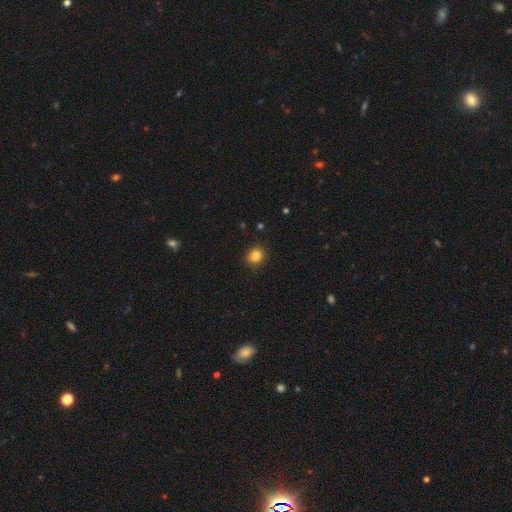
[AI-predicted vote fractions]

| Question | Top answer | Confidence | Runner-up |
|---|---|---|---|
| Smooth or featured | smooth | 84% | star or artifact (11%) |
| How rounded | round | 77% | in between (22%) |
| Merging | none | 88% | minor disturbance (9%) |